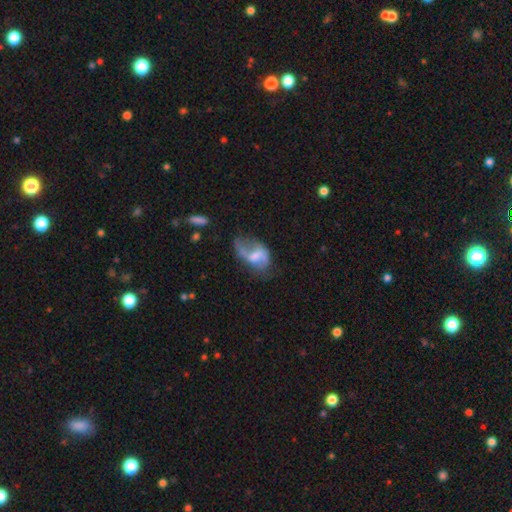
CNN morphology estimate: Overall: featured or disk (57%; smooth 34%). Edge-on disk: no (96%). Bar: weak (45%; no 40%). Spiral arms: yes (64%; no 36%). Bulge size: none (32%; moderate 31%). Merging: major disturbance (38%; none 29%).